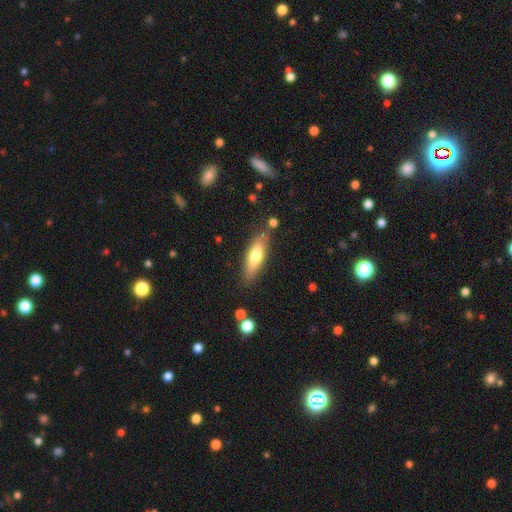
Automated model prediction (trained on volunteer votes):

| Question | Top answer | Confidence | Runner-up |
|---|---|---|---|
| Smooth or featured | smooth | 64% | featured or disk (31%) |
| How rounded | cigar-shaped | 57% | in between (41%) |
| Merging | none | 82% | minor disturbance (12%) |